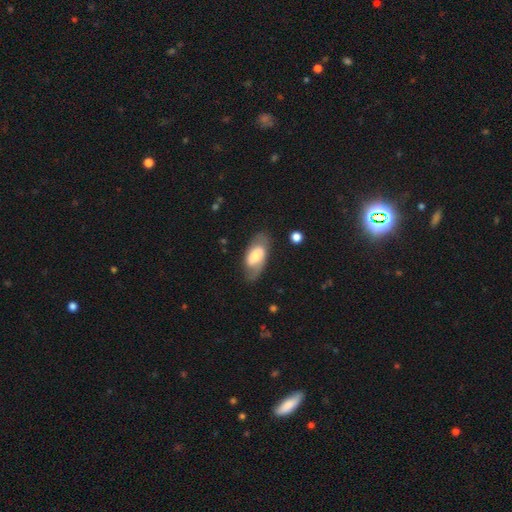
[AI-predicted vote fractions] Smooth or featured: smooth — 48% (featured or disk — 46%)
Merging: none — 69% (minor disturbance — 20%)